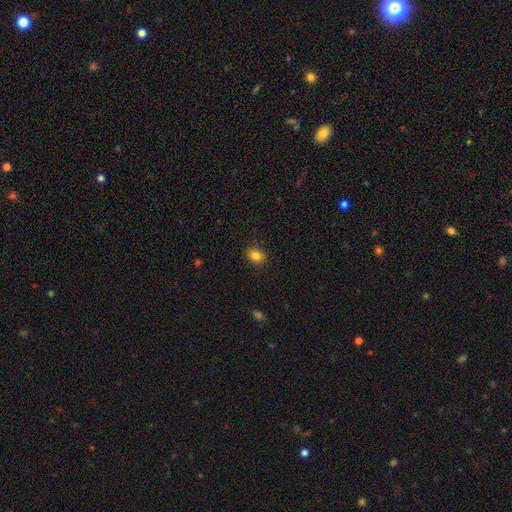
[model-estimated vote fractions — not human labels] Q: Smooth or featured?
A: smooth (85%); runner-up: star or artifact (10%)
Q: How rounded?
A: in between (62%); runner-up: round (37%)
Q: Merging?
A: none (88%); runner-up: minor disturbance (9%)